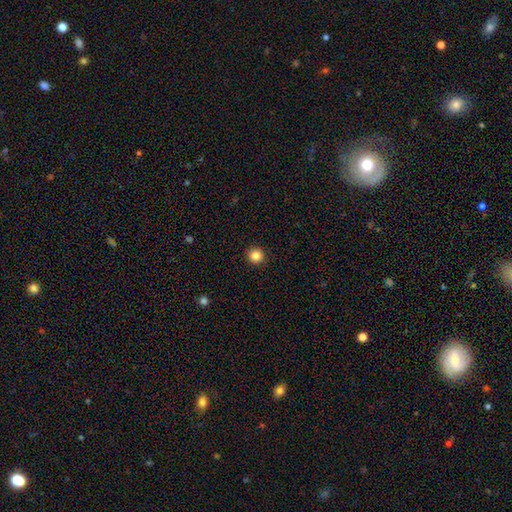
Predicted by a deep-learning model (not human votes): Smooth or featured? Predicted: smooth (p=0.86). How rounded? Predicted: round (p=0.95). Merging? Predicted: none (p=0.93).